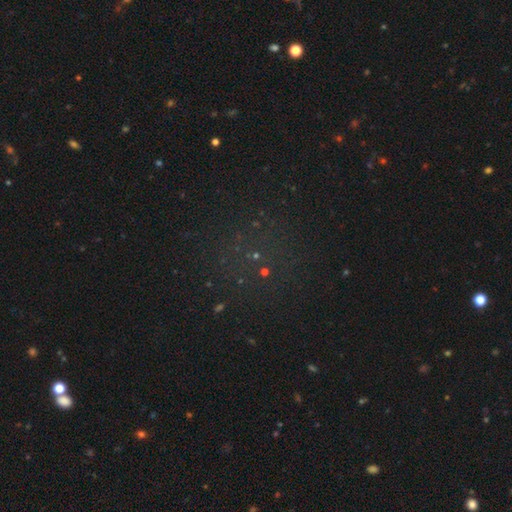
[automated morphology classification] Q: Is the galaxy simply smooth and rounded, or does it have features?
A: star or artifact — 59%.